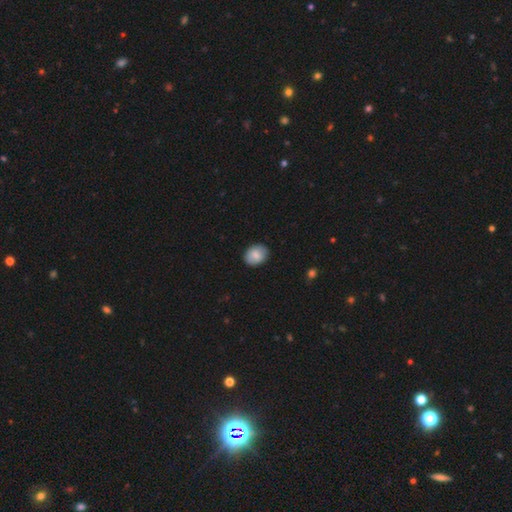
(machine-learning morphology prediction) Q: Smooth or featured?
A: smooth (82%); runner-up: featured or disk (11%)
Q: How rounded?
A: in between (64%); runner-up: round (35%)
Q: Merging?
A: none (85%); runner-up: minor disturbance (12%)